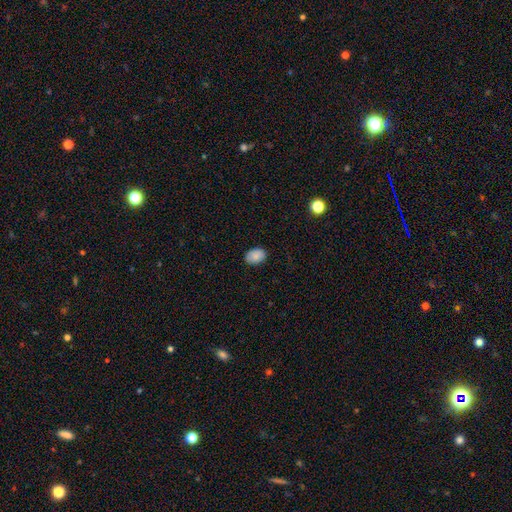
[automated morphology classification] smooth_or_featured: smooth (p=0.87) [alt: star or artifact p=0.08]
how_rounded: in between (p=0.83) [alt: round p=0.16]
merging: none (p=0.86) [alt: minor disturbance p=0.11]